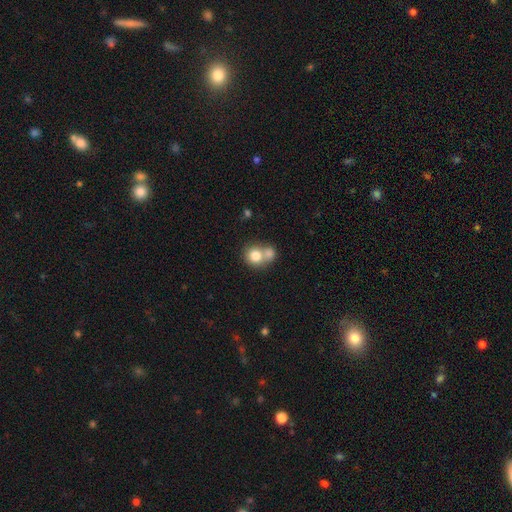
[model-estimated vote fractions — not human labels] Smooth or featured?
  - smooth: 78% *
  - featured or disk: 13%
  - star or artifact: 9%
How rounded?
  - round: 81% *
  - in between: 19%
  - cigar-shaped: 1%
Merging?
  - merger: 56% *
  - none: 35%
  - minor disturbance: 7%
  - major disturbance: 3%